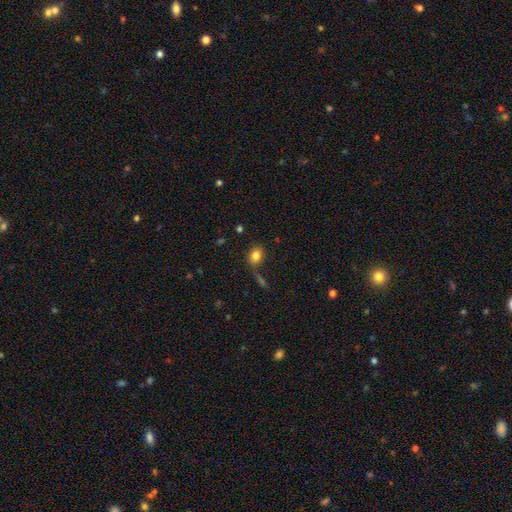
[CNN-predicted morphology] Overall: smooth (82%). How rounded: in between (58%; round 41%). Merging: none (72%).